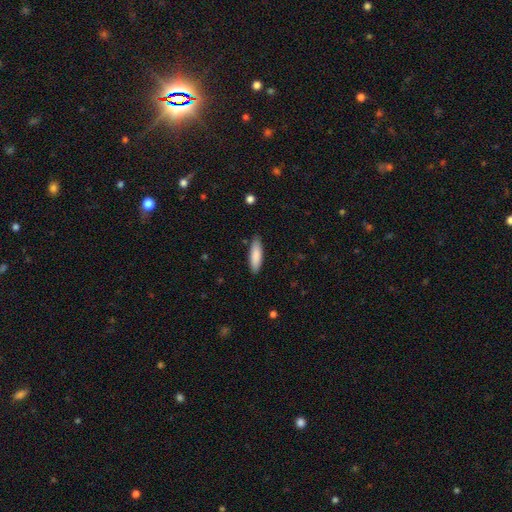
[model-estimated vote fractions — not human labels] Smooth or featured: smooth — 86% (featured or disk — 8%)
How rounded: cigar-shaped — 58% (in between — 41%)
Merging: none — 85% (minor disturbance — 11%)